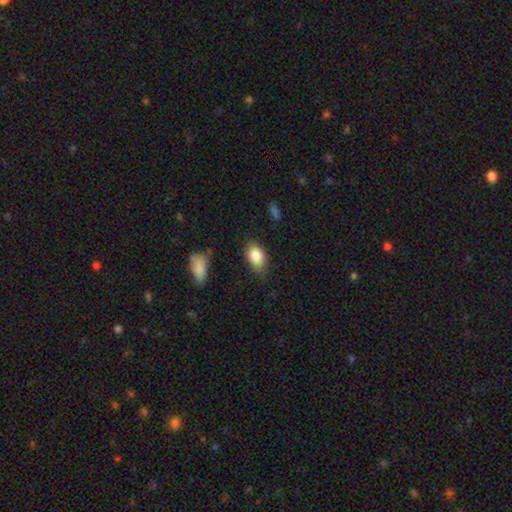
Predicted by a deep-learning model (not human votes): smooth 84%, featured or disk 9%, star or artifact 7%. Down the decision tree: how rounded — in between (88%); merging — none (79%).